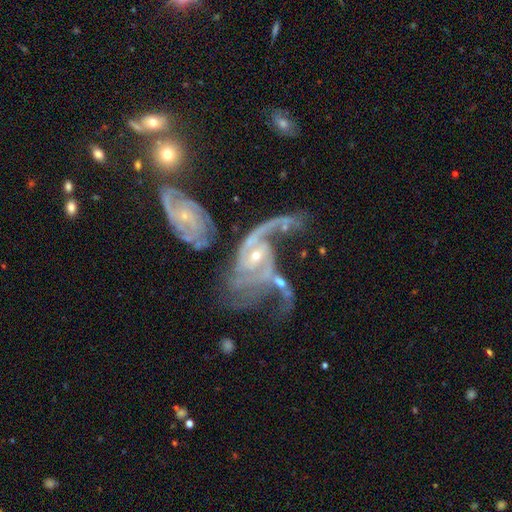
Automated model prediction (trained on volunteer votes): Smooth or featured: featured or disk — 87% (star or artifact — 7%)
Edge-on disk: no — 96% (yes — 4%)
Bar: no — 53% (weak — 33%)
Spiral arms: yes — 94% (no — 6%)
Spiral winding: loose — 42% (medium — 38%)
Spiral arm count: 2 — 45% (can't tell — 19%)
Bulge size: small — 65% (moderate — 29%)
Merging: merger — 41% (major disturbance — 32%)